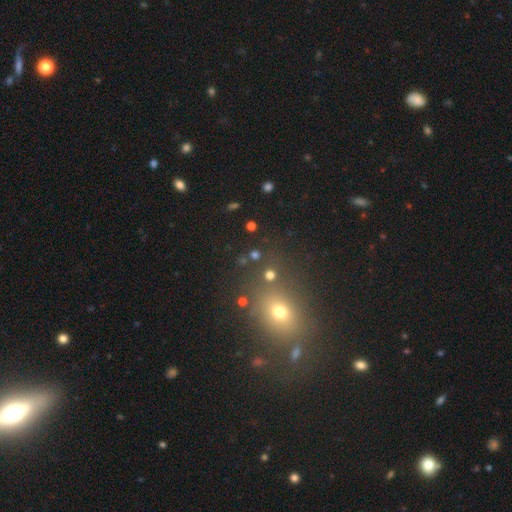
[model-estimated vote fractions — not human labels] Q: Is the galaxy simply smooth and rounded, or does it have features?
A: smooth — 47%.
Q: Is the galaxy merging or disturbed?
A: none — 75%.